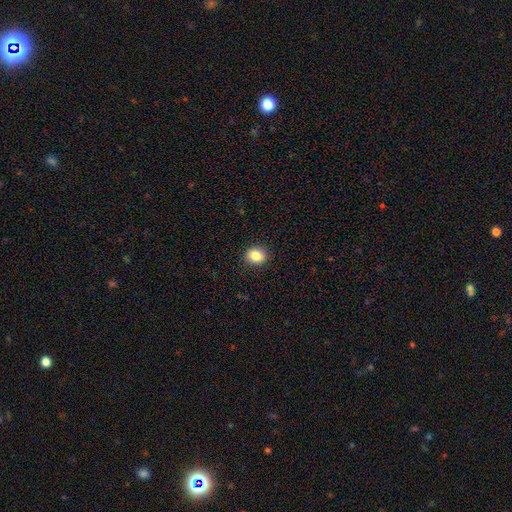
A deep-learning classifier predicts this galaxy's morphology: Smooth or featured?
  - smooth: 85% *
  - star or artifact: 9%
  - featured or disk: 6%
How rounded?
  - round: 65% *
  - in between: 34%
  - cigar-shaped: 1%
Merging?
  - none: 90% *
  - minor disturbance: 7%
  - major disturbance: 2%
  - merger: 1%